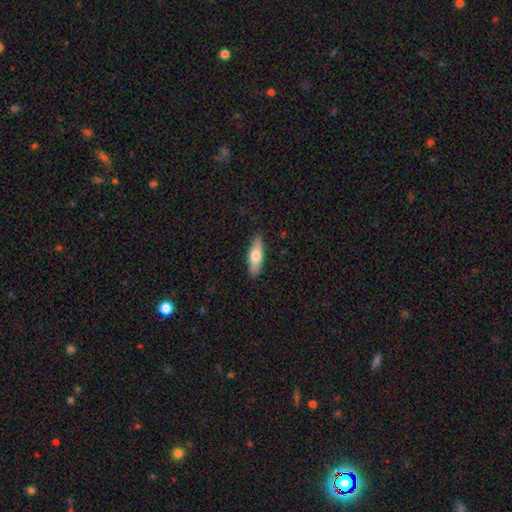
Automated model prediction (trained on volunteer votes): A smooth galaxy with no disk features (67%) that is in between round and cigar-shaped (50%).

Vote fractions:
- Smooth or featured? smooth: 67% / featured or disk: 28% / star or artifact: 6%
- How rounded? in between: 50% / cigar-shaped: 48% / round: 2%
- Merging? none: 88% / minor disturbance: 9% / major disturbance: 2% / merger: 1%